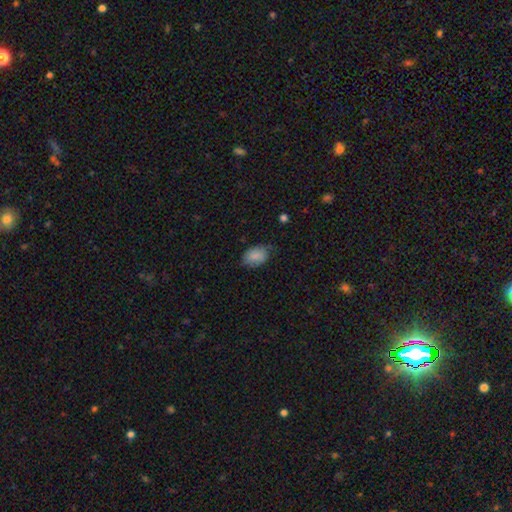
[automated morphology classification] smooth 82%, featured or disk 10%, star or artifact 8%. Down the decision tree: how rounded — in between (84%); merging — none (61%).